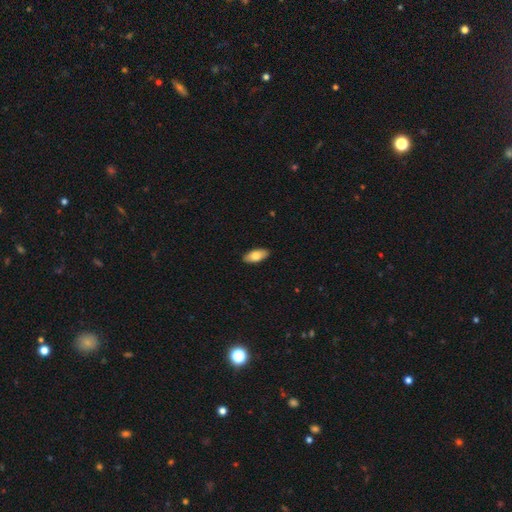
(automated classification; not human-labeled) A smooth galaxy with no disk features (78%) that is in between round and cigar-shaped (88%). Merging: none (90%).